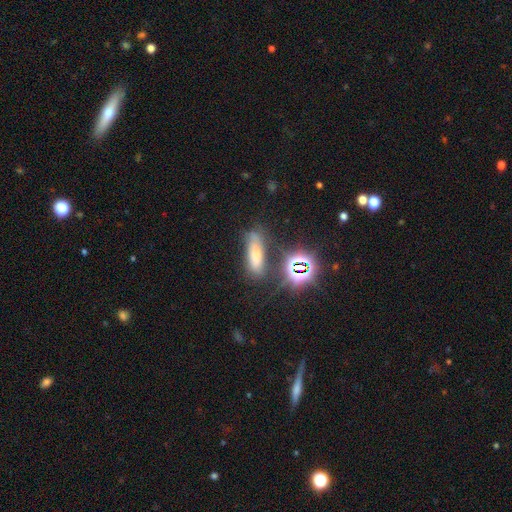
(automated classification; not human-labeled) Smooth or featured?
  - smooth: 59% *
  - star or artifact: 26%
  - featured or disk: 14%
How rounded?
  - in between: 48% *
  - cigar-shaped: 44%
  - round: 8%
Merging?
  - none: 59% *
  - minor disturbance: 20%
  - major disturbance: 11%
  - merger: 10%